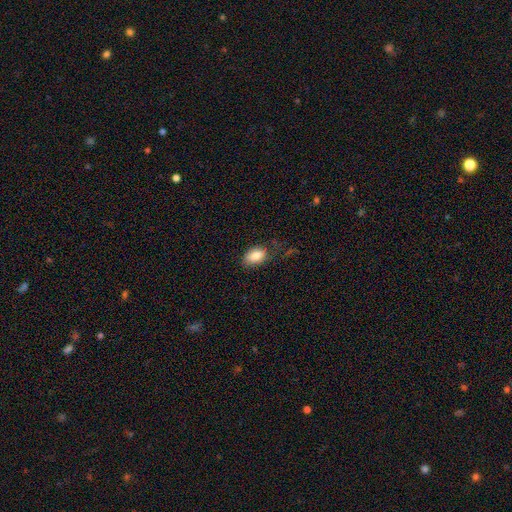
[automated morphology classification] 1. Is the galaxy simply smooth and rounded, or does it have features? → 84% smooth, 8% featured or disk, 8% star or artifact.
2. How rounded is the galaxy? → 90% in between, 9% round, 1% cigar-shaped.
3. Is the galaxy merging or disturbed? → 69% none, 22% minor disturbance, 8% major disturbance, 2% merger.